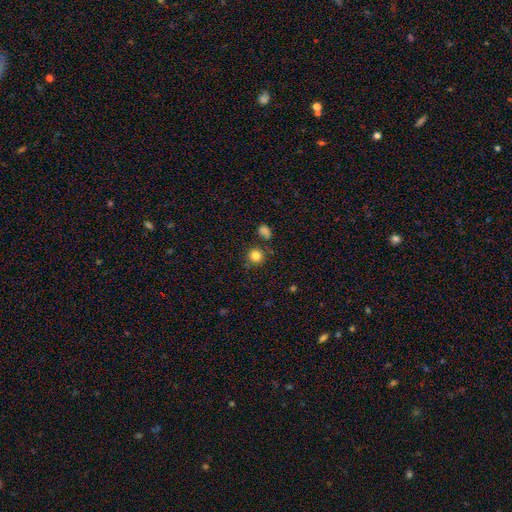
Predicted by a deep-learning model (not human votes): smooth 83%, star or artifact 12%, featured or disk 5%. Down the decision tree: how rounded — round (92%); merging — none (82%).